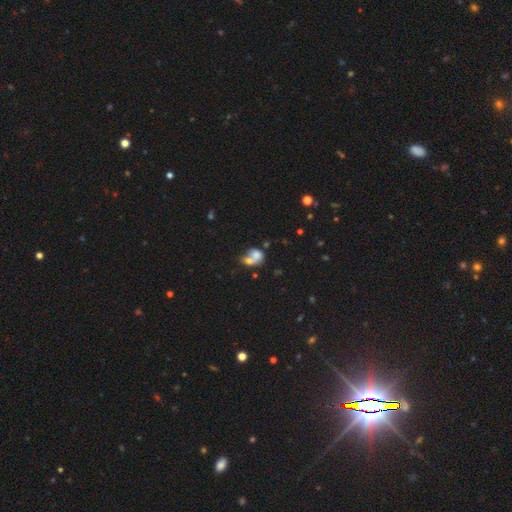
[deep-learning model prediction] This is likely a smooth galaxy (66%). How rounded: possibly in between (53%). Merging: likely merger (66%).